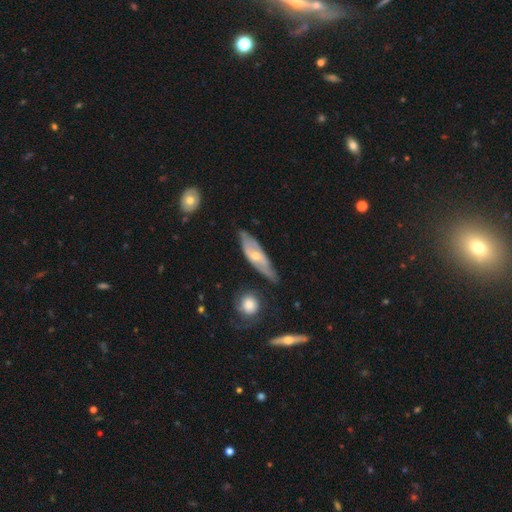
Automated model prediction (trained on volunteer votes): Morphology: type=featured or disk (56%); edge-on=no (64%); merging=none (56%).